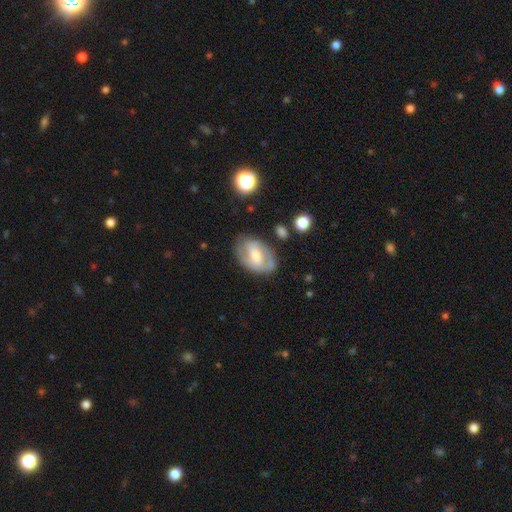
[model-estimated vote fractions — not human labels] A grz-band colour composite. It shows a featured or disk galaxy (65%) with a weak bar (44%), spiral arms (71%) and a moderate central bulge (47%). Merging: none (69%).